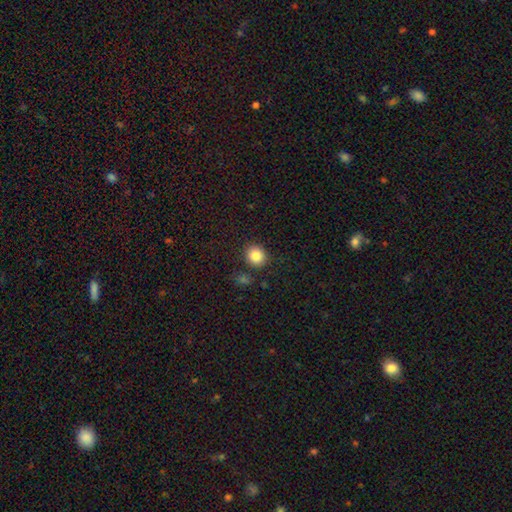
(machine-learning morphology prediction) smooth_or_featured: smooth (p=0.84) [alt: star or artifact p=0.10]
how_rounded: round (p=0.85) [alt: in between p=0.14]
merging: none (p=0.86) [alt: minor disturbance p=0.08]